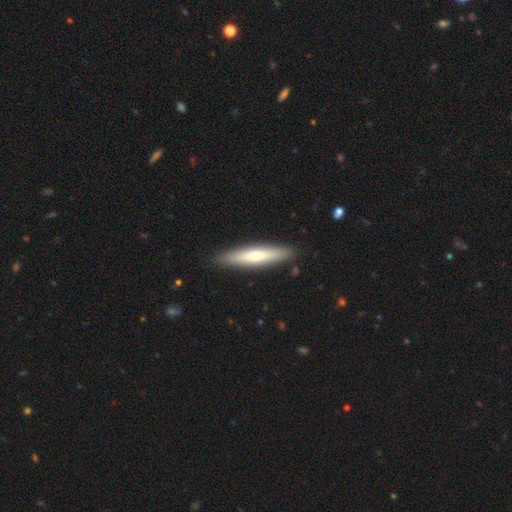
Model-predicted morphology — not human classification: Smooth or featured? smooth (56%)
How rounded? cigar-shaped (85%)
Merging? none (89%)